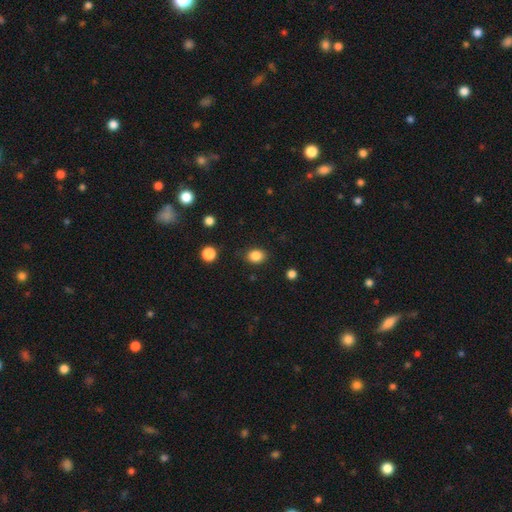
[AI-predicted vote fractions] Smooth or featured?
  - smooth: 85% *
  - star or artifact: 10%
  - featured or disk: 4%
How rounded?
  - in between: 54% *
  - round: 46%
  - cigar-shaped: 1%
Merging?
  - none: 85% *
  - minor disturbance: 10%
  - major disturbance: 3%
  - merger: 2%